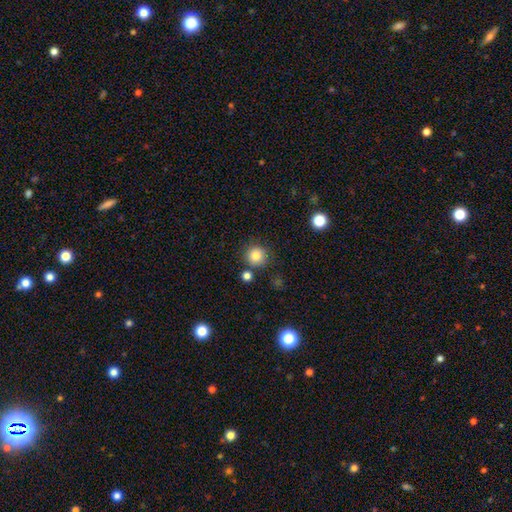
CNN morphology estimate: A smooth galaxy with no disk features (83%) that is round (94%).

Vote fractions:
- Smooth or featured? smooth: 83% / star or artifact: 11% / featured or disk: 6%
- How rounded? round: 94% / in between: 5% / cigar-shaped: 1%
- Merging? none: 82% / minor disturbance: 9% / merger: 7% / major disturbance: 3%